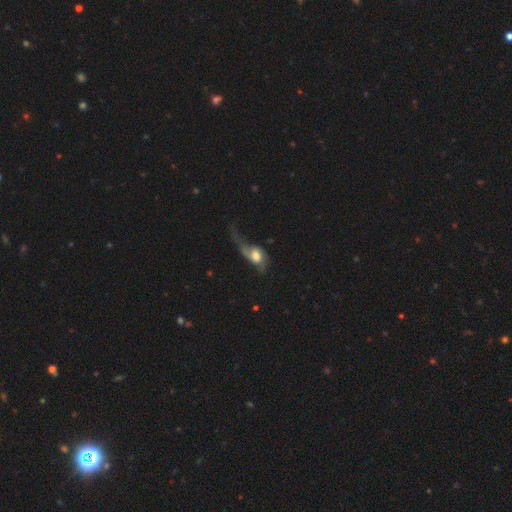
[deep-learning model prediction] Smooth or featured? Predicted: featured or disk (p=0.52). Edge-on disk? Predicted: no (p=0.91). Merging? Predicted: major disturbance (p=0.61).